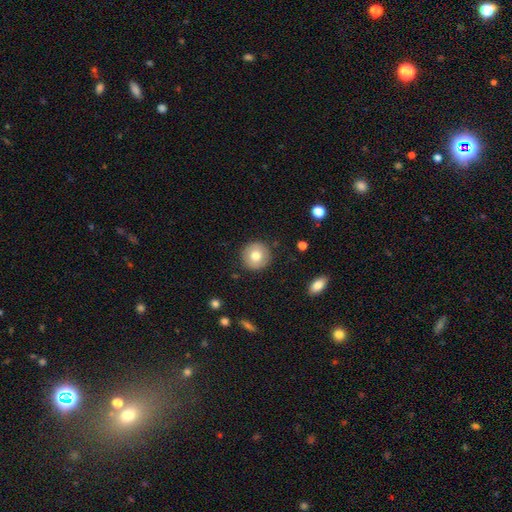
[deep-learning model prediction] A smooth galaxy with no disk features (74%) that is round (94%).

Vote fractions:
- Smooth or featured? smooth: 74% / featured or disk: 18% / star or artifact: 8%
- How rounded? round: 94% / in between: 5% / cigar-shaped: 1%
- Merging? none: 90% / minor disturbance: 7% / major disturbance: 2% / merger: 1%